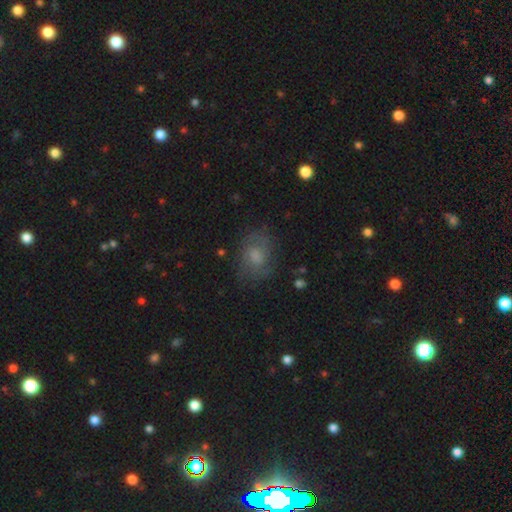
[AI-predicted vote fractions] Morphology: type=smooth (46%); merging=none (67%).